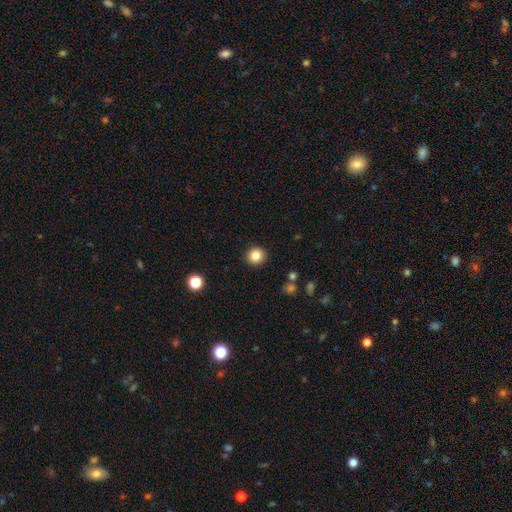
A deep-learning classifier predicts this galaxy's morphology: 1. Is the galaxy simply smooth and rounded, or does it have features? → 83% smooth, 11% star or artifact, 6% featured or disk.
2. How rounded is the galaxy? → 93% round, 6% in between, 1% cigar-shaped.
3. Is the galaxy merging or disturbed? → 92% none, 5% minor disturbance, 2% major disturbance, 1% merger.